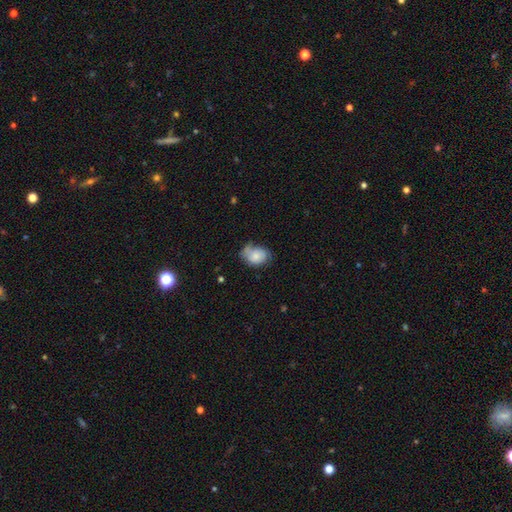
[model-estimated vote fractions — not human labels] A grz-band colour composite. It shows a smooth galaxy with no disk features (68%) that is in between round and cigar-shaped (71%). Merging: none (44%).